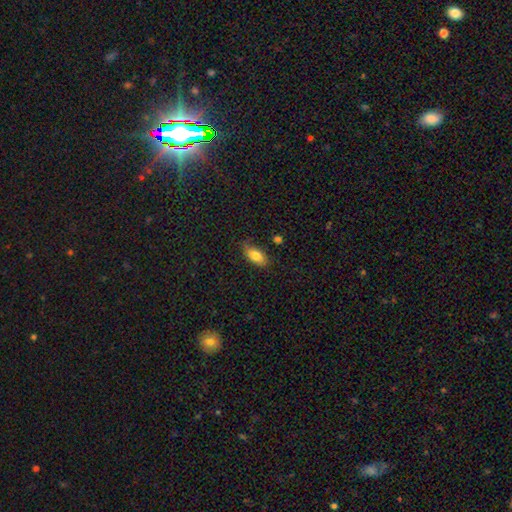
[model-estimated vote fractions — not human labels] Smooth or featured? smooth (79%)
How rounded? in between (87%)
Merging? none (70%)